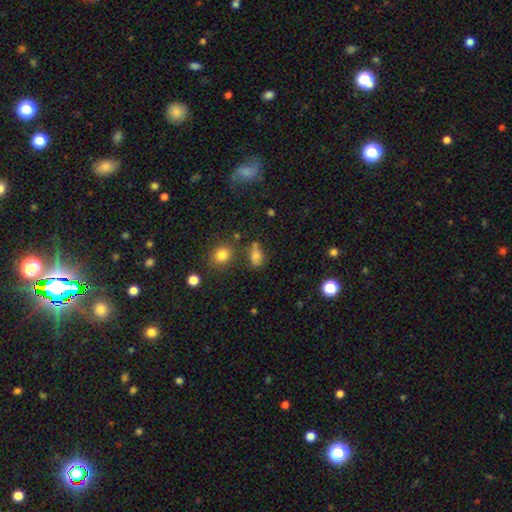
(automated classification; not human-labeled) A smooth galaxy with no disk features (68%) that is in between round and cigar-shaped (73%).

Vote fractions:
- Smooth or featured? smooth: 68% / star or artifact: 18% / featured or disk: 14%
- How rounded? in between: 73% / round: 18% / cigar-shaped: 10%
- Merging? none: 59% / minor disturbance: 22% / merger: 10% / major disturbance: 9%